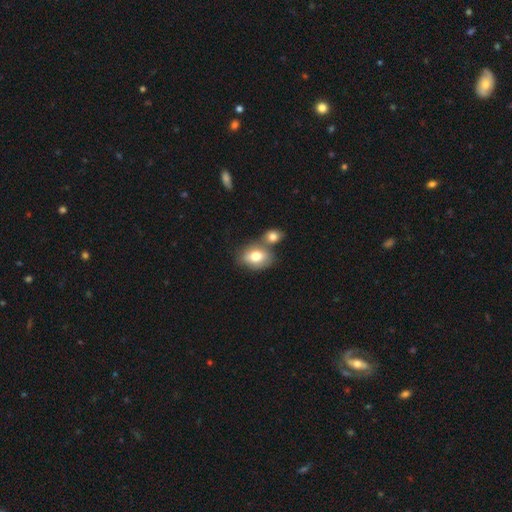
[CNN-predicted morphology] The model was most divided on "merging": none: 44%, merger: 39%, minor disturbance: 13%, major disturbance: 4%. More confident: smooth or featured — smooth (75%); how rounded — in between (70%).